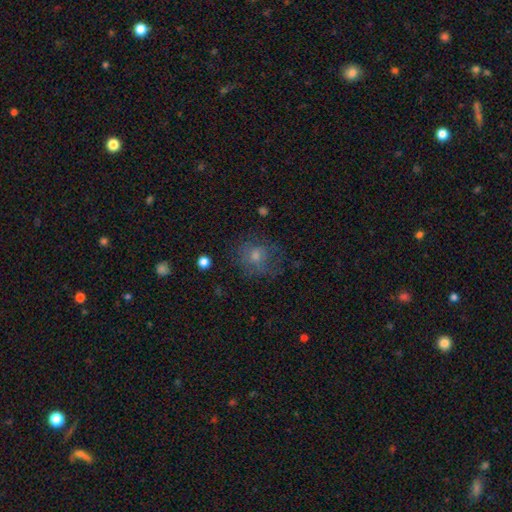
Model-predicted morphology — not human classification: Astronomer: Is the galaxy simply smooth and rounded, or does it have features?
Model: smooth — 59%.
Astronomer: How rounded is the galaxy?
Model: round — 77%.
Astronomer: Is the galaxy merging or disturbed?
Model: none — 66%.